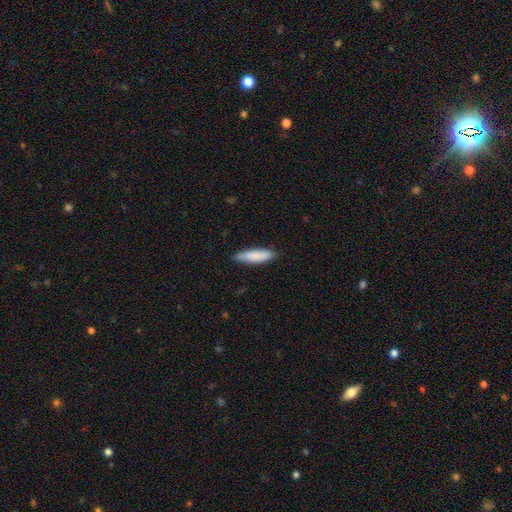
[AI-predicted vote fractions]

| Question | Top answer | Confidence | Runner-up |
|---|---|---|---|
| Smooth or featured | smooth | 85% | featured or disk (9%) |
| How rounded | cigar-shaped | 65% | in between (33%) |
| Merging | none | 85% | minor disturbance (12%) |